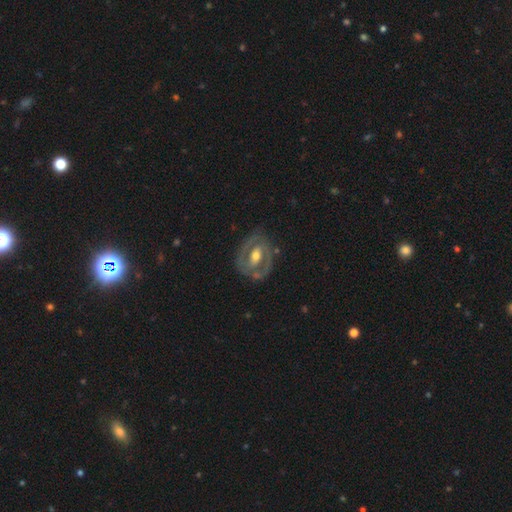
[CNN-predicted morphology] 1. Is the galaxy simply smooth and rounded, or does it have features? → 83% featured or disk, 12% smooth, 5% star or artifact.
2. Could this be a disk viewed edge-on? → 96% no, 4% yes.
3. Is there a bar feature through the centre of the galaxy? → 41% weak, 34% strong, 25% no.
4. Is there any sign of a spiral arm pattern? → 80% yes, 20% no.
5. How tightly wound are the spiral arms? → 49% tight, 41% medium, 11% loose.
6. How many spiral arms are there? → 80% 2, 9% can't tell, 6% 1, 3% 3, 1% 4, 1% more than 4.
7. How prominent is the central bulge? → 70% moderate, 19% small, 9% large, 1% none, 1% dominant.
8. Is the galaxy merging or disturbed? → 77% none, 15% minor disturbance, 6% major disturbance, 2% merger.